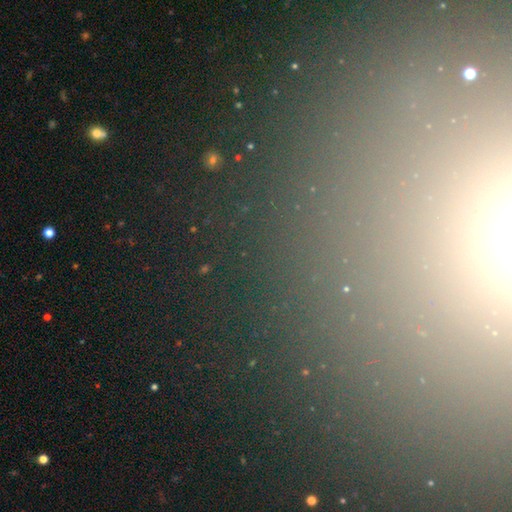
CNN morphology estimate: Smooth or featured?
  - star or artifact: 66% *
  - smooth: 21%
  - featured or disk: 13%